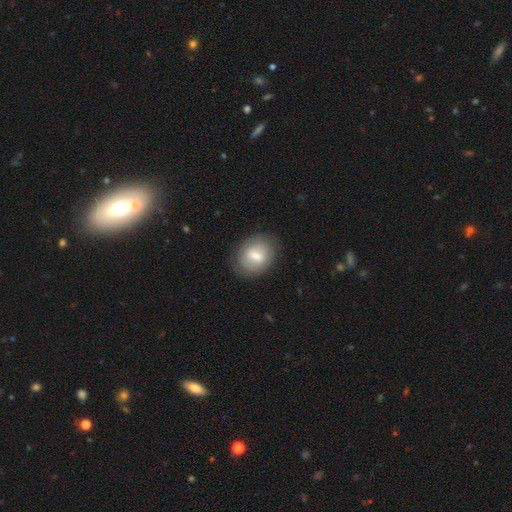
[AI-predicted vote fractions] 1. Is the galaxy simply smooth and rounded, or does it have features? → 65% smooth, 28% featured or disk, 7% star or artifact.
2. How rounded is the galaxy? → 50% in between, 49% round, 1% cigar-shaped.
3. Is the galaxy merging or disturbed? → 79% none, 15% minor disturbance, 5% major disturbance, 2% merger.